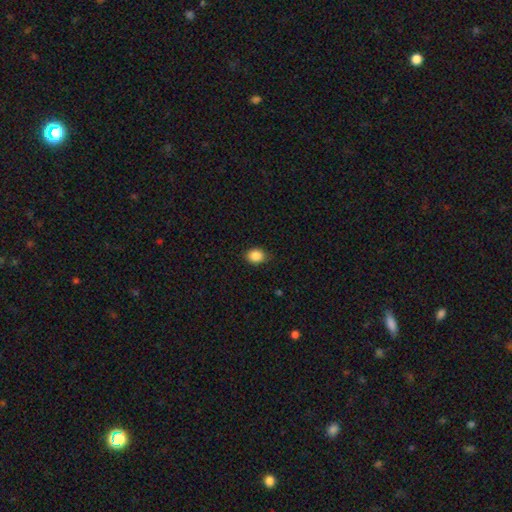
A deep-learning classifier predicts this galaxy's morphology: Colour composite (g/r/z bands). It shows a smooth galaxy with no disk features (88%) that is in between round and cigar-shaped (56%). Merging: none (84%).